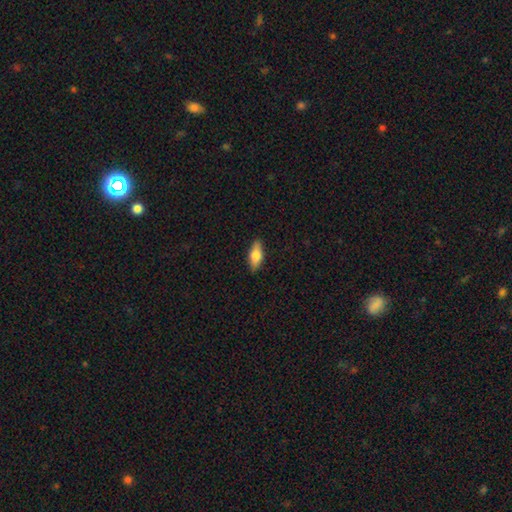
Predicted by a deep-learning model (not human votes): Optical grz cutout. It shows a smooth galaxy with no disk features (70%) that is in between round and cigar-shaped (75%). Merging: none (88%).